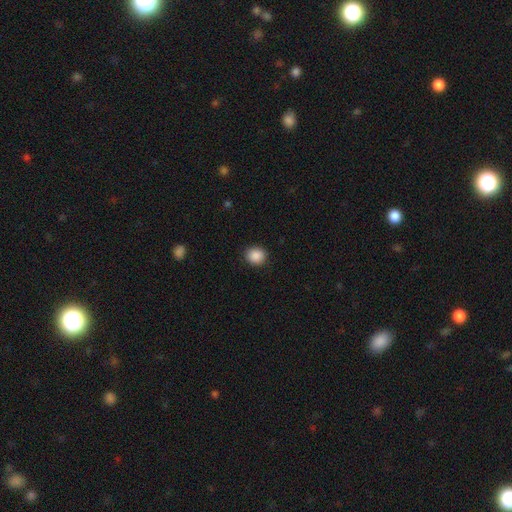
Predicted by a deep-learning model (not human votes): Overall: smooth (89%). How rounded: round (82%). Merging: none (90%).